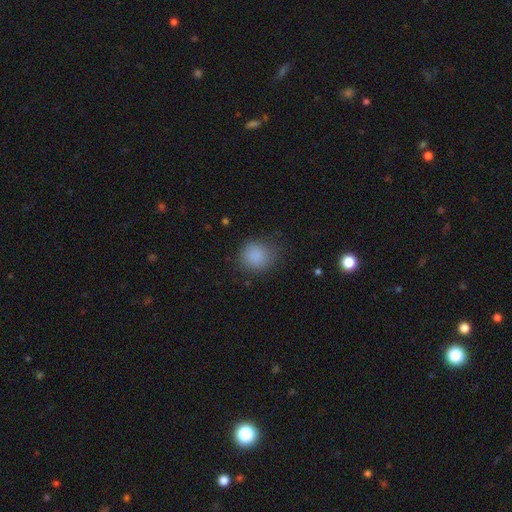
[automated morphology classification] Q: Smooth or featured?
A: smooth (86%); runner-up: star or artifact (10%)
Q: How rounded?
A: round (85%); runner-up: in between (14%)
Q: Merging?
A: none (80%); runner-up: minor disturbance (14%)